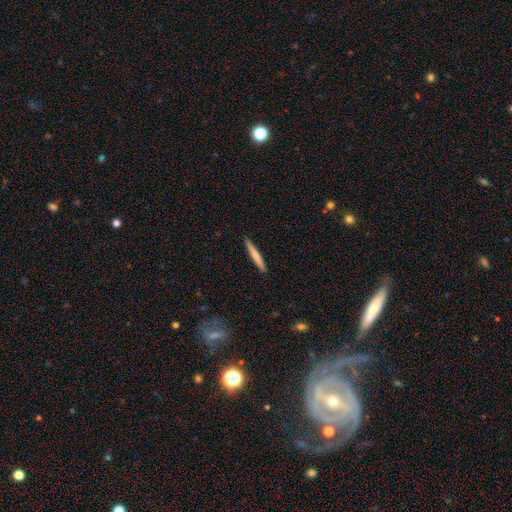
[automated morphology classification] smooth 65%, featured or disk 29%, star or artifact 5%. Down the decision tree: how rounded — cigar-shaped (96%); merging — none (92%).